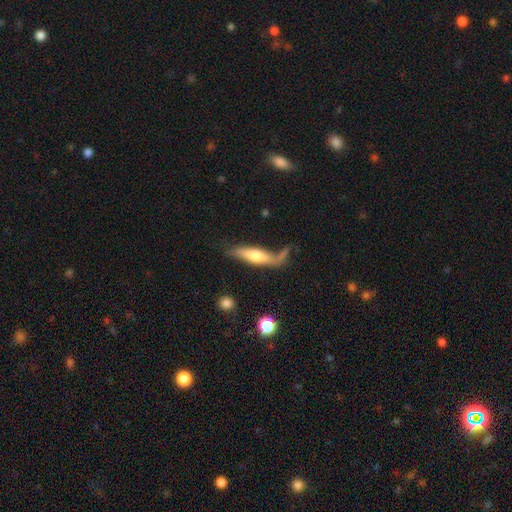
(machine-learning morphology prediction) Q: Smooth or featured?
A: smooth (55%); runner-up: featured or disk (39%)
Q: How rounded?
A: cigar-shaped (64%); runner-up: in between (34%)
Q: Merging?
A: none (44%); runner-up: minor disturbance (26%)